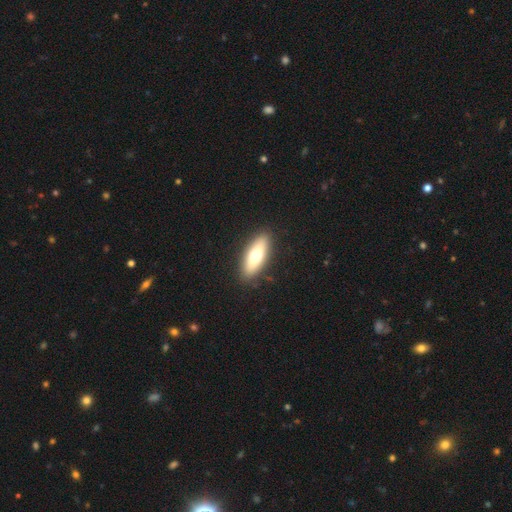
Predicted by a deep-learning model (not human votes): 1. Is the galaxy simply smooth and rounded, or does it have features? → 64% smooth, 30% featured or disk, 6% star or artifact.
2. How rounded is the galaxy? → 64% in between, 33% cigar-shaped, 2% round.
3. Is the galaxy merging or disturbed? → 88% none, 8% minor disturbance, 2% major disturbance, 1% merger.